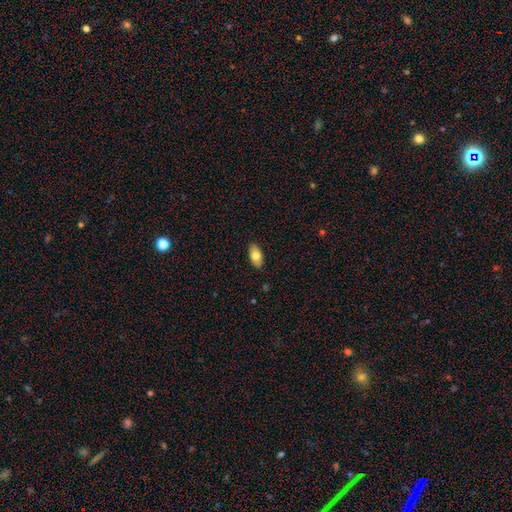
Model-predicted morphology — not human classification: Smooth or featured: smooth — 76% (featured or disk — 18%)
How rounded: in between — 91% (cigar-shaped — 6%)
Merging: none — 88% (minor disturbance — 9%)